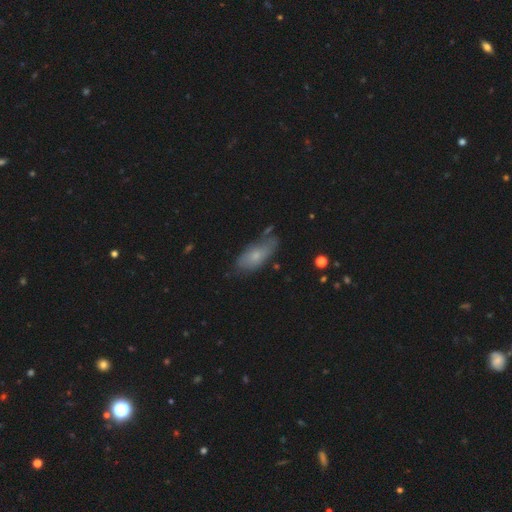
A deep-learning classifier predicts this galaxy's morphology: smooth 65%, featured or disk 28%, star or artifact 8%. Down the decision tree: how rounded — in between (83%); merging — none (53%).